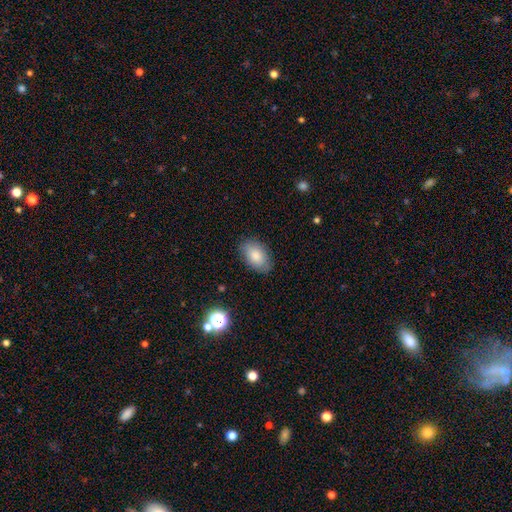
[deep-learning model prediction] Smooth or featured? smooth (83%)
How rounded? in between (92%)
Merging? none (84%)